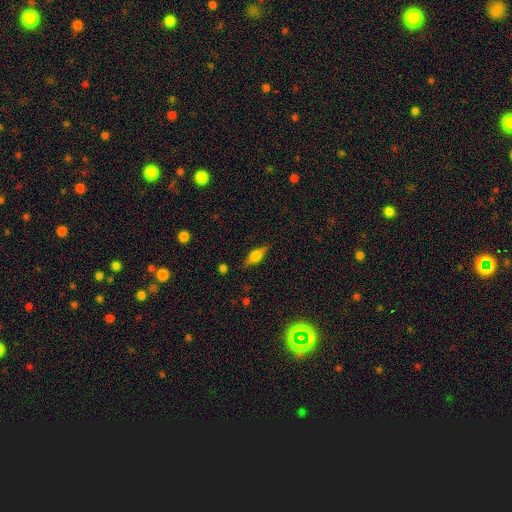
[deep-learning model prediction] The model was most divided on "smooth or featured": smooth: 49%, featured or disk: 41%, star or artifact: 9%. More confident: merging — none (83%).